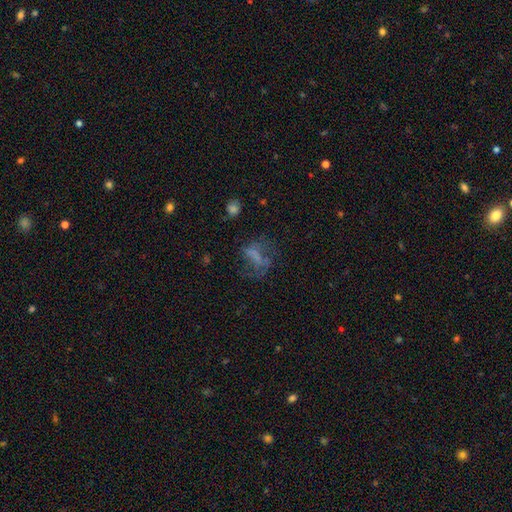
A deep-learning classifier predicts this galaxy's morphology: This is marginally a smooth galaxy (39%, tied with featured or disk). Merging: marginally none (38%, tied with major disturbance).